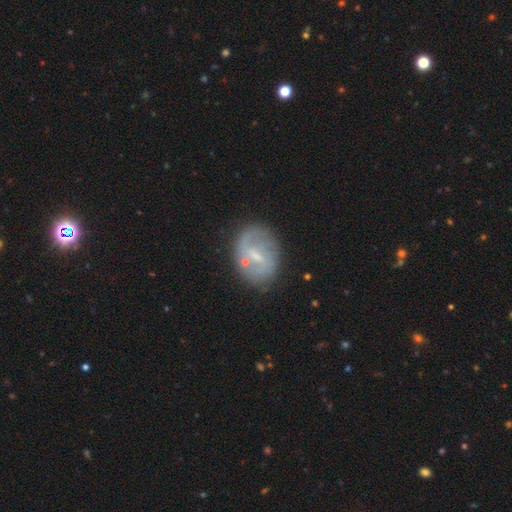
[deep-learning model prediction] smooth-or-featured: featured or disk: 66% | smooth: 26% | star or artifact: 8%
  disk-edge-on: no: 96% | yes: 4%
    bar: weak: 57% | strong: 24% | no: 19%
    has-spiral-arms: yes: 69% | no: 31%
    bulge-size: small: 52% | moderate: 28% | none: 17% | large: 2% | dominant: 1%
  merging: none: 67% | minor disturbance: 19% | major disturbance: 8% | merger: 5%